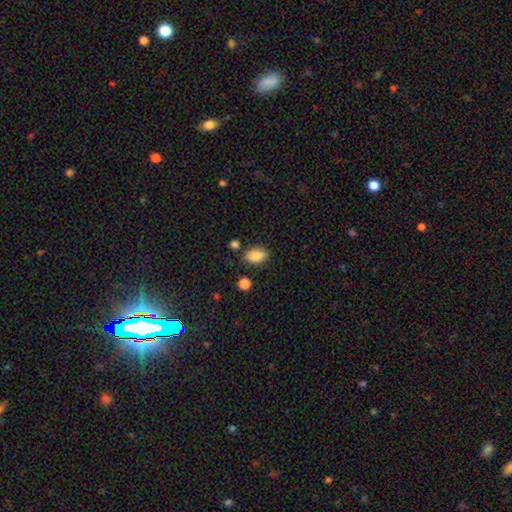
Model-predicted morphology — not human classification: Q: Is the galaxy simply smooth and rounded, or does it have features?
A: smooth — 86%.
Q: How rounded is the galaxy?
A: in between — 90%.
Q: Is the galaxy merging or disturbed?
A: none — 81%.